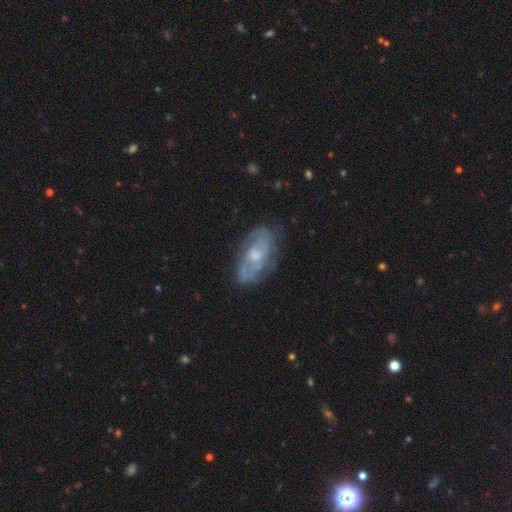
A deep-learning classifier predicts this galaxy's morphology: Smooth or featured: featured or disk — 76% (smooth — 17%)
Edge-on disk: no — 94% (yes — 6%)
Bar: no — 59% (weak — 35%)
Spiral arms: yes — 82% (no — 18%)
Spiral winding: medium — 43% (tight — 38%)
Spiral arm count: 2 — 56% (can't tell — 29%)
Bulge size: moderate — 53% (small — 35%)
Merging: none — 71% (minor disturbance — 19%)